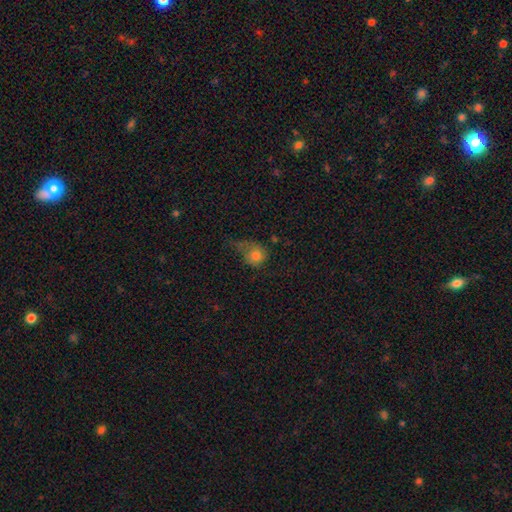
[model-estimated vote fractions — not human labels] Smooth or featured? Predicted: smooth (p=0.73). How rounded? Predicted: round (p=0.70). Merging? Predicted: major disturbance (p=0.42).